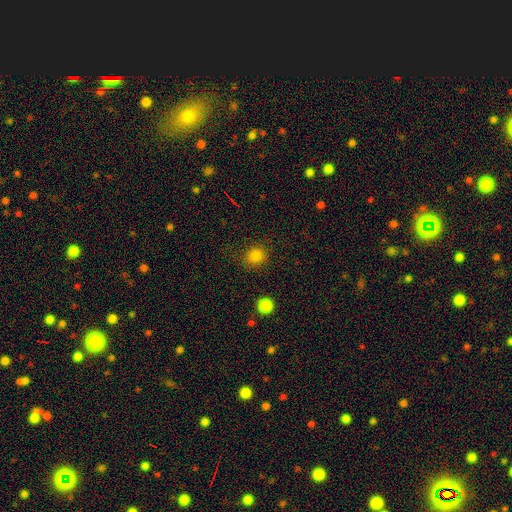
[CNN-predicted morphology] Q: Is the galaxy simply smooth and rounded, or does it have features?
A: smooth — 82%.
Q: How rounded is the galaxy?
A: round — 85%.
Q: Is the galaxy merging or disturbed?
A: none — 86%.